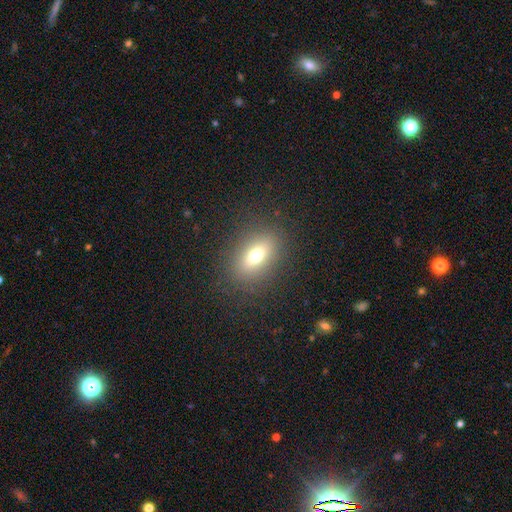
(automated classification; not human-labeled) A smooth galaxy with no disk features (68%) that is in between round and cigar-shaped (73%). Merging: none (86%).